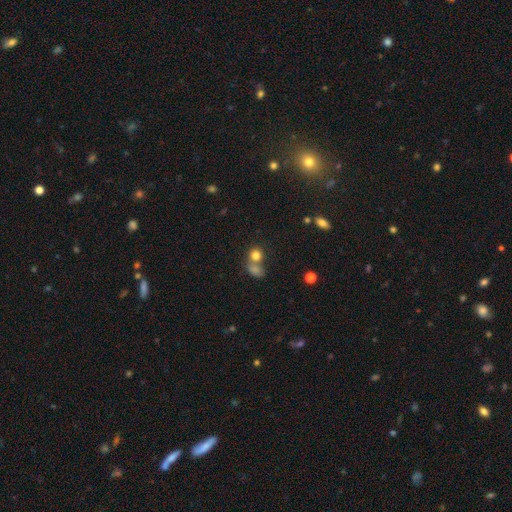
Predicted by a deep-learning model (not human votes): Overall: smooth (79%). How rounded: round (77%). Merging: none (44%; merger 43%).